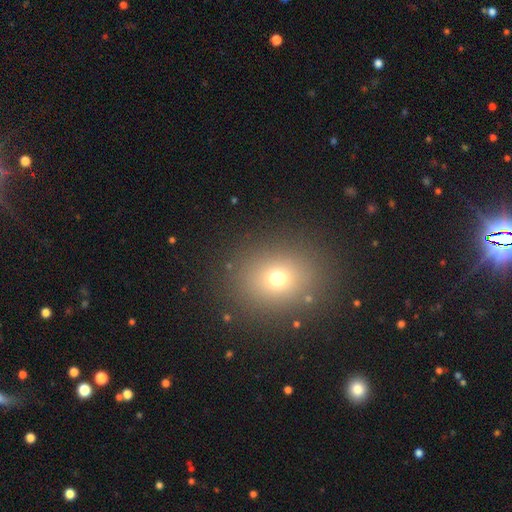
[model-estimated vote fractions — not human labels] This appears to be a smooth galaxy with no disk features (59%) that is round (62%). Merging: none (90%).